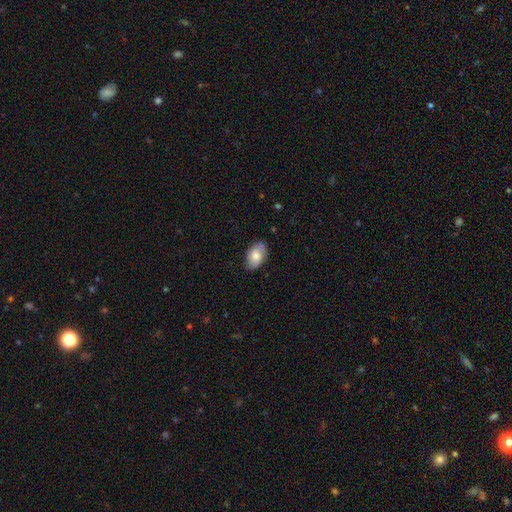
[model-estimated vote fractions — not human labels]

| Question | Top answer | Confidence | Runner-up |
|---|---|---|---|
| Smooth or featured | smooth | 76% | featured or disk (18%) |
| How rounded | in between | 90% | round (8%) |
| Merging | none | 73% | minor disturbance (21%) |